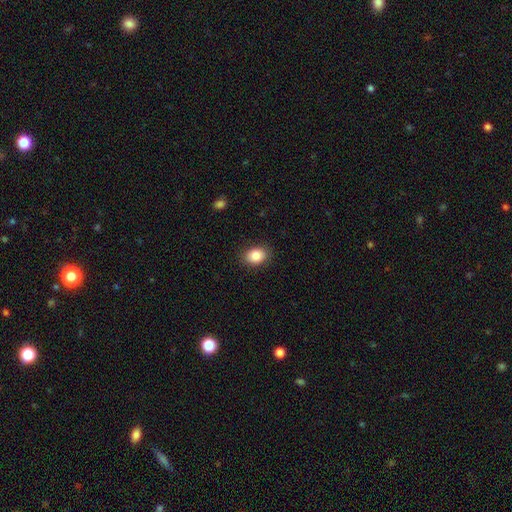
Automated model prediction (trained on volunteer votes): Smooth or featured? smooth (85%)
How rounded? in between (66%)
Merging? none (88%)